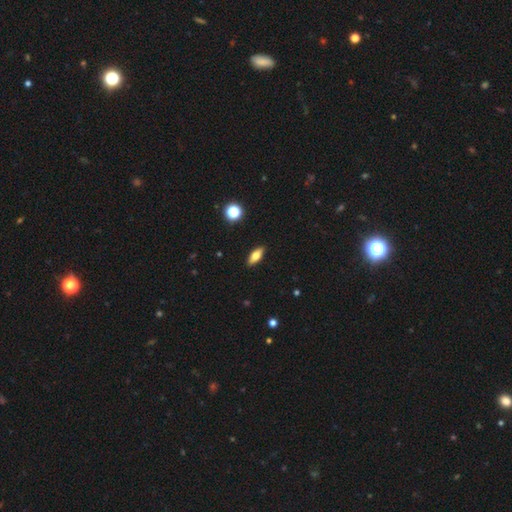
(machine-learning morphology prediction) type=smooth (69%); roundness=in between (74%); merging=none (90%).